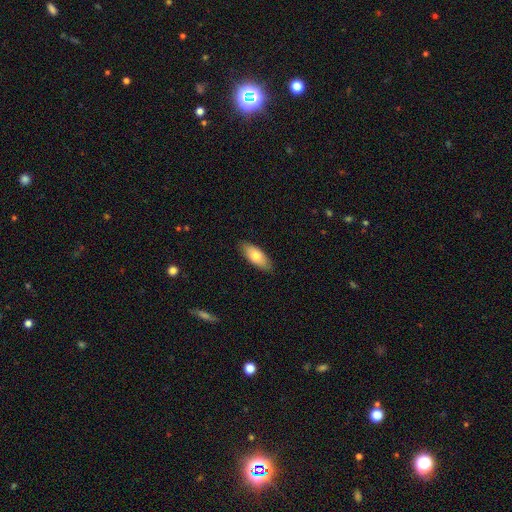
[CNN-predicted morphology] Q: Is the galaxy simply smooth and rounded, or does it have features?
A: smooth — 75%.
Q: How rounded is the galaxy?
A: in between — 82%.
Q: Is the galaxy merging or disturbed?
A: none — 86%.